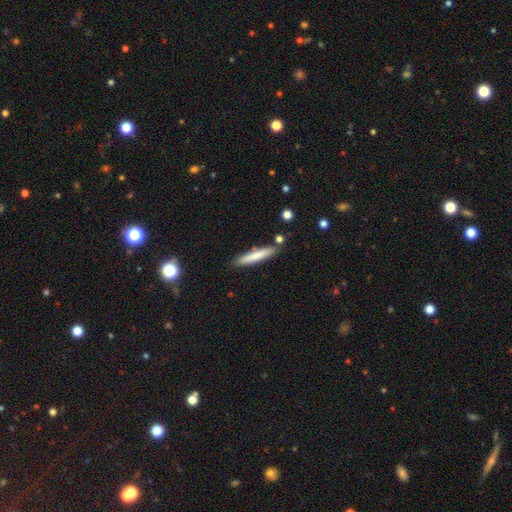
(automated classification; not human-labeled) smooth_or_featured: smooth (p=0.74) [alt: featured or disk p=0.20]
how_rounded: cigar-shaped (p=0.93) [alt: in between p=0.06]
merging: none (p=0.83) [alt: minor disturbance p=0.10]